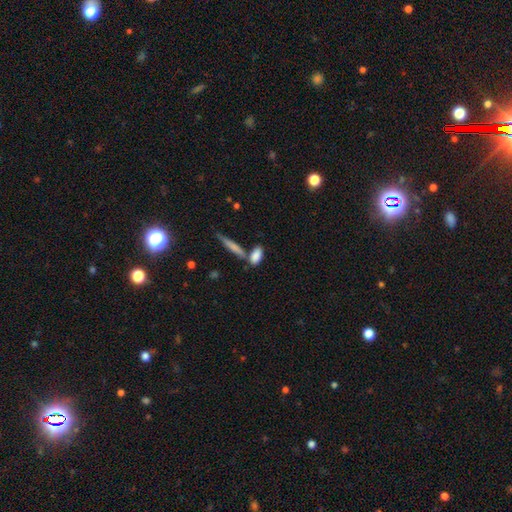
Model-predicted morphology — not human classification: Smooth or featured?
  - smooth: 83% *
  - featured or disk: 10%
  - star or artifact: 7%
How rounded?
  - in between: 73% *
  - cigar-shaped: 22%
  - round: 5%
Merging?
  - none: 56% *
  - merger: 26%
  - minor disturbance: 14%
  - major disturbance: 5%